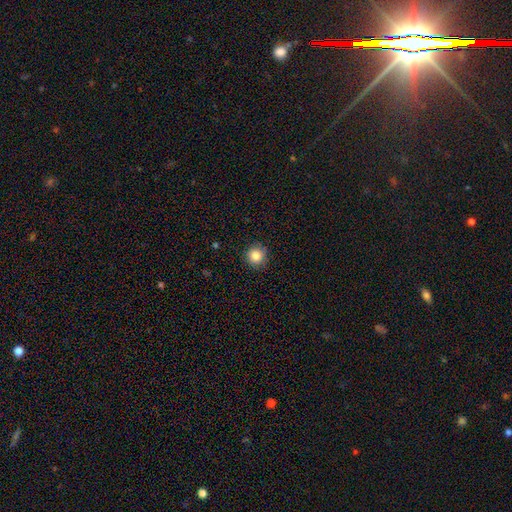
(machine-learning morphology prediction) The model was most divided on "smooth or featured": smooth: 84%, star or artifact: 10%, featured or disk: 5%. More confident: how rounded — round (93%); merging — none (88%).